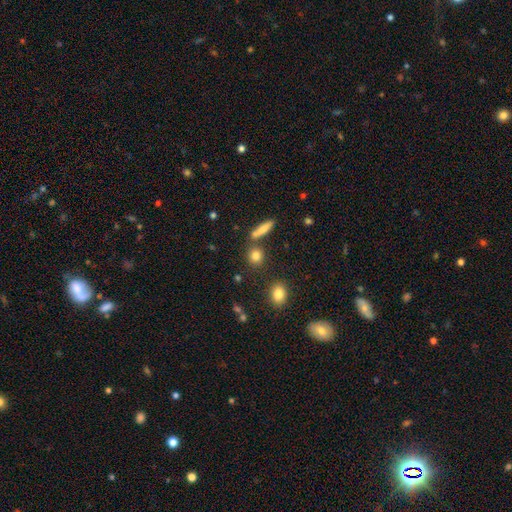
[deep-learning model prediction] smooth-or-featured: smooth: 80% | star or artifact: 11% | featured or disk: 8%
  how-rounded: round: 76% | in between: 17% | cigar-shaped: 7%
  merging: none: 75% | merger: 13% | minor disturbance: 9% | major disturbance: 3%